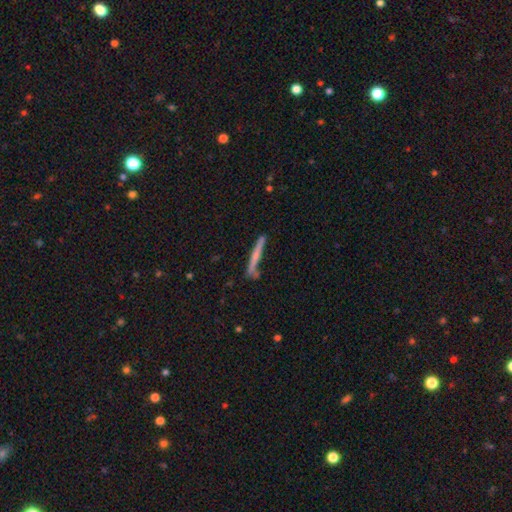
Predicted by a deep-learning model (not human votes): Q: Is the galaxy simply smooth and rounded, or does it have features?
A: featured or disk — 49%.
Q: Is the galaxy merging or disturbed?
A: none — 75%.